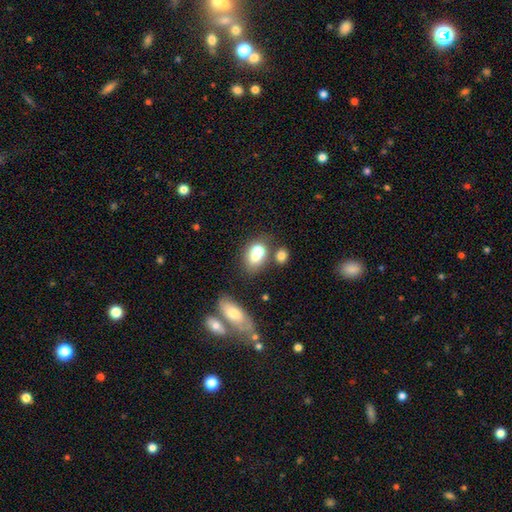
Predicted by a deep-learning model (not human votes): Smooth or featured? smooth (73%)
How rounded? in between (74%)
Merging? merger (40%)